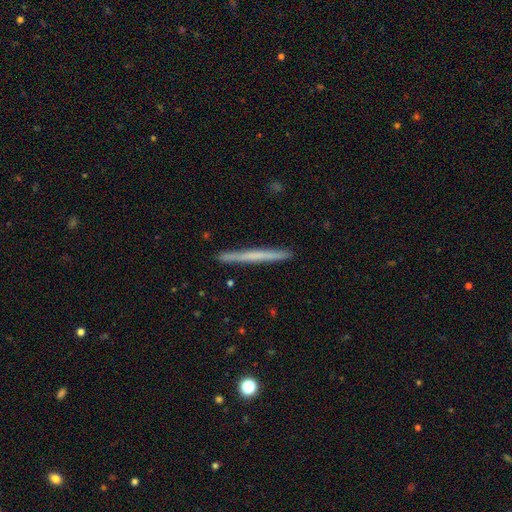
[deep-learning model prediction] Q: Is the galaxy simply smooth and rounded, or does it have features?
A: smooth — 50%.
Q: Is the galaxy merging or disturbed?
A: none — 92%.